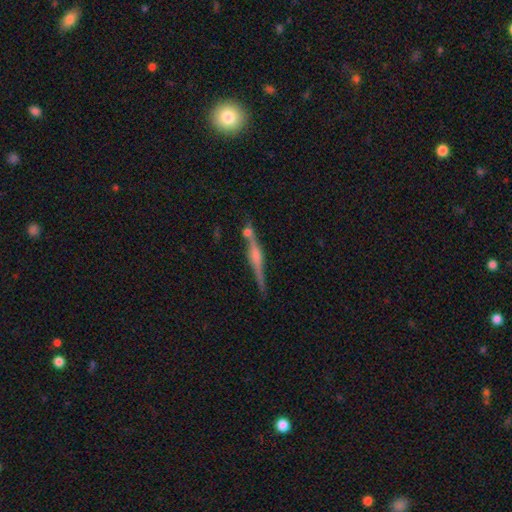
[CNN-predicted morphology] Overall: featured or disk (78%). Edge-on disk: yes (97%). Edge-on bulge: rounded (72%). Merging: none (75%).